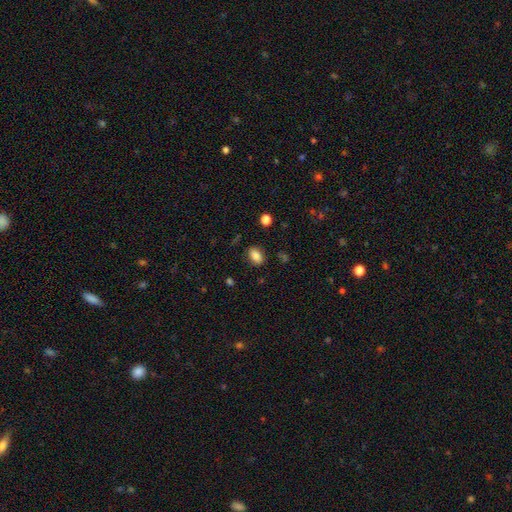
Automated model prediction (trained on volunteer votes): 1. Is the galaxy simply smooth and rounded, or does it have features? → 84% smooth, 10% star or artifact, 7% featured or disk.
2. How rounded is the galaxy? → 81% in between, 18% round, 2% cigar-shaped.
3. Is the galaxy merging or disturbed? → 83% none, 12% minor disturbance, 3% major disturbance, 2% merger.